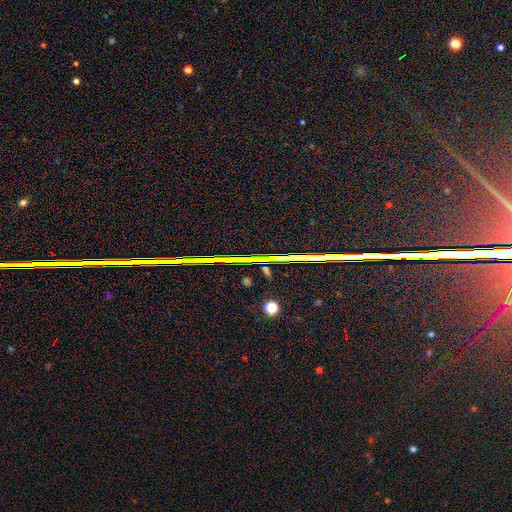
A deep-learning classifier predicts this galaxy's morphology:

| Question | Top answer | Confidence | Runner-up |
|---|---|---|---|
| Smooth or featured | star or artifact | 79% | featured or disk (11%) |